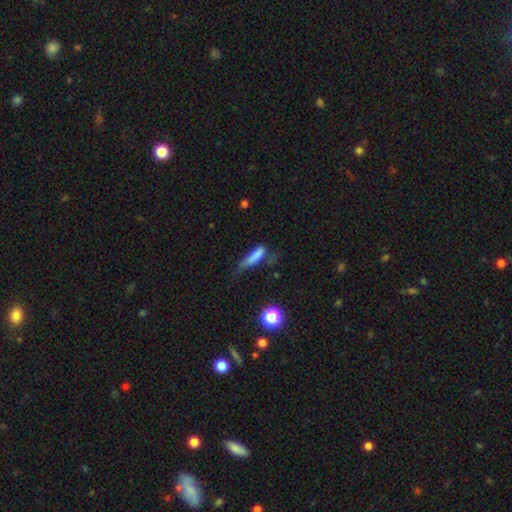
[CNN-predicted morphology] This appears to be a smooth galaxy with no disk features (73%) that is cigar-shaped (69%). Merging: minor disturbance (34%).